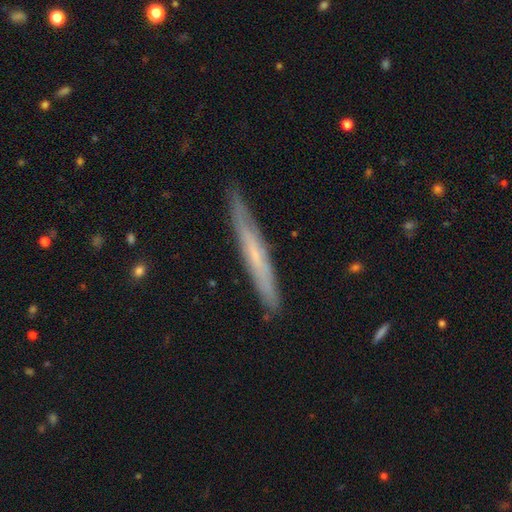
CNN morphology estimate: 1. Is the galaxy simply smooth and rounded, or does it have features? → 50% featured or disk, 44% smooth, 6% star or artifact.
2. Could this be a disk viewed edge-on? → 90% yes, 10% no.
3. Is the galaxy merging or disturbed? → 85% none, 12% minor disturbance, 2% major disturbance, 1% merger.